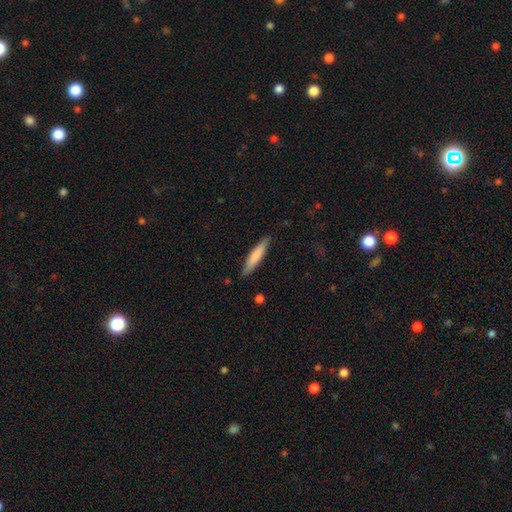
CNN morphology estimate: Smooth or featured: smooth — 77% (featured or disk — 18%)
How rounded: cigar-shaped — 87% (in between — 12%)
Merging: none — 87% (minor disturbance — 10%)